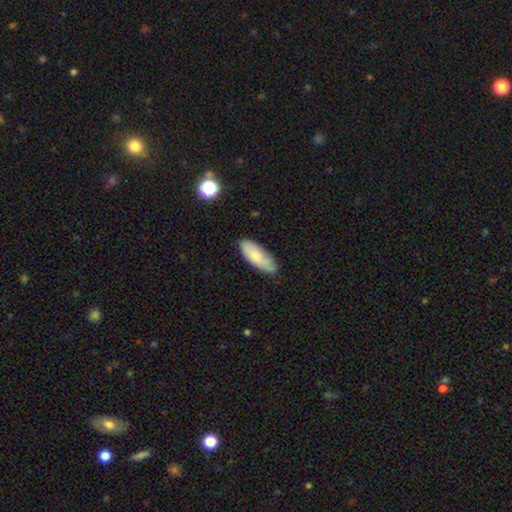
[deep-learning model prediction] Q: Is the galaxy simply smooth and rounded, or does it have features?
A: smooth — 77%.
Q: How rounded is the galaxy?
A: in between — 75%.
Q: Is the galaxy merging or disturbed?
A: none — 73%.